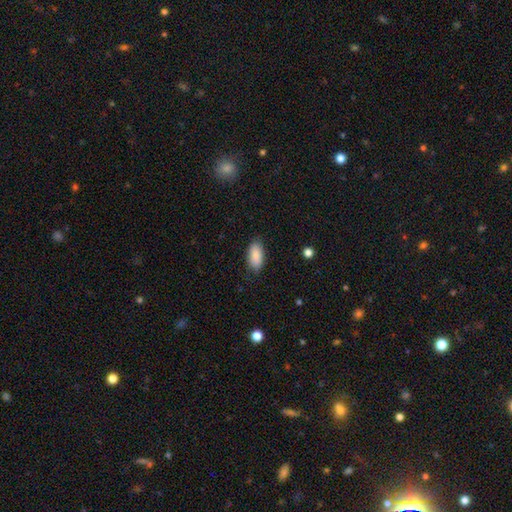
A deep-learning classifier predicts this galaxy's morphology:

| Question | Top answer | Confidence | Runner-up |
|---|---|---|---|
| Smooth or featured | smooth | 88% | star or artifact (6%) |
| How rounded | in between | 91% | cigar-shaped (7%) |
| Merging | none | 82% | minor disturbance (14%) |